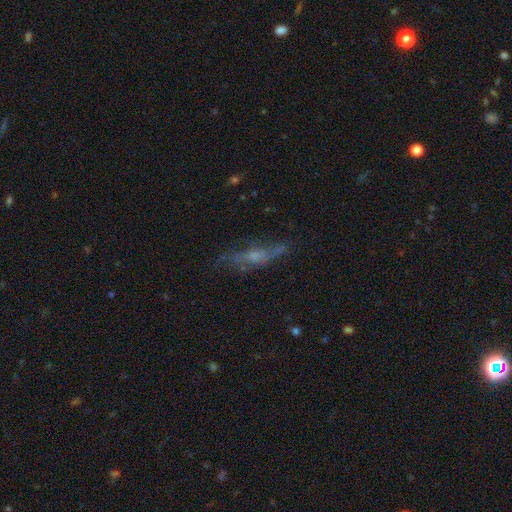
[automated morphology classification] Q: Smooth or featured?
A: featured or disk (57%); runner-up: smooth (28%)
Q: Edge-on disk?
A: no (53%); runner-up: yes (47%)
Q: Merging?
A: none (60%); runner-up: minor disturbance (22%)